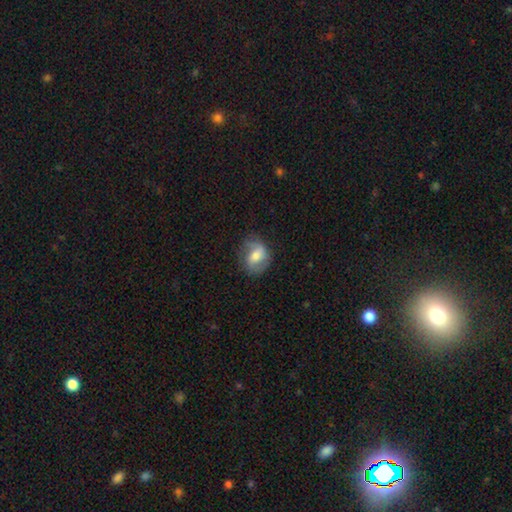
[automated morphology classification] smooth 47%, featured or disk 45%, star or artifact 8%. Down the decision tree: merging — none (71%).